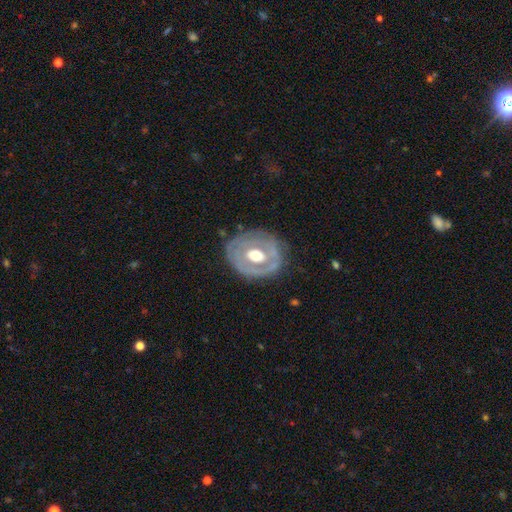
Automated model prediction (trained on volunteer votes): Smooth or featured: featured or disk — 68% (smooth — 27%)
Edge-on disk: no — 95% (yes — 5%)
Bar: no — 64% (weak — 25%)
Spiral arms: no — 68% (yes — 32%)
Bulge size: moderate — 68% (large — 22%)
Merging: none — 69% (minor disturbance — 21%)